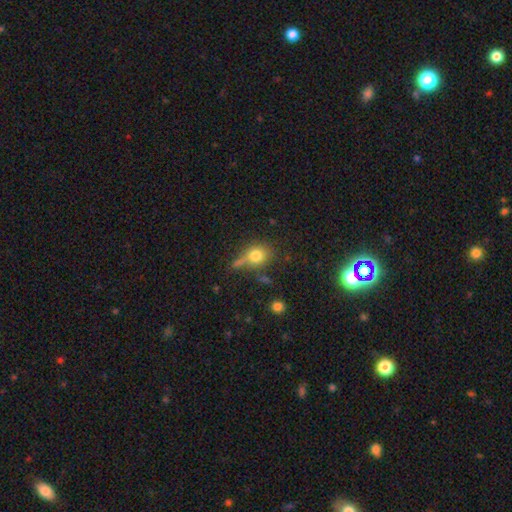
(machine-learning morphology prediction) Overall: smooth (76%). How rounded: round (72%). Merging: none (55%; minor disturbance 18%).